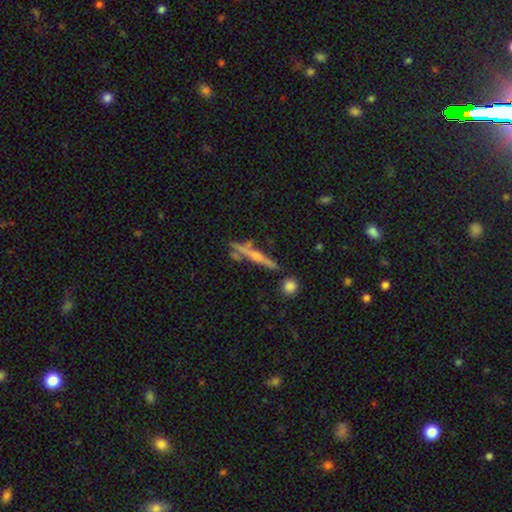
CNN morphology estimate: The model was most divided on "smooth or featured": featured or disk: 51%, smooth: 27%, star or artifact: 22%. More confident: edge-on disk — yes (75%); merging — none (57%).